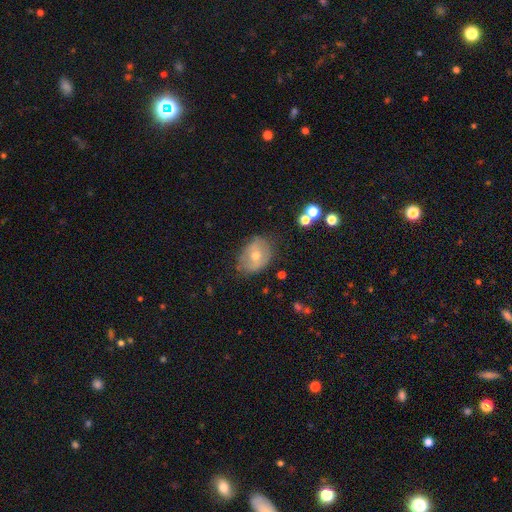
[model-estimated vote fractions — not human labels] Smooth or featured? smooth (49%)
Merging? none (68%)